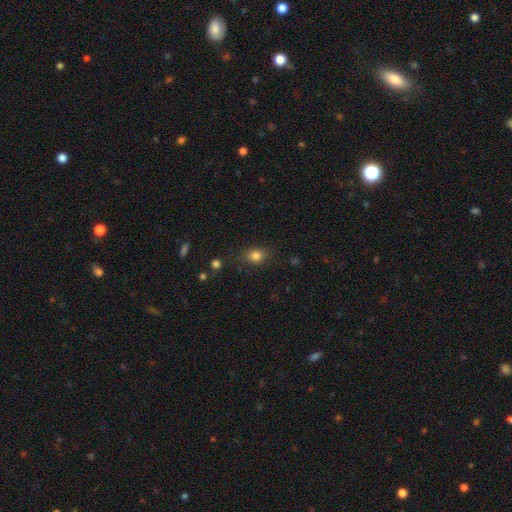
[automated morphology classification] smooth-or-featured: smooth: 82% | star or artifact: 12% | featured or disk: 6%
  how-rounded: round: 61% | in between: 38% | cigar-shaped: 1%
  merging: none: 79% | minor disturbance: 14% | major disturbance: 5% | merger: 2%